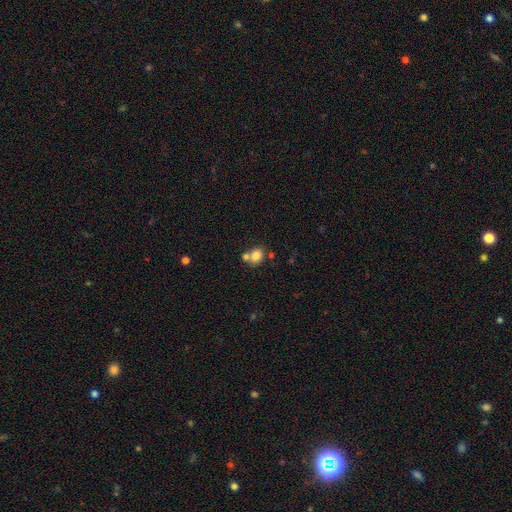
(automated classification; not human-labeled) Smooth or featured? Predicted: smooth (p=0.81). How rounded? Predicted: in between (p=0.51). Merging? Predicted: none (p=0.48).